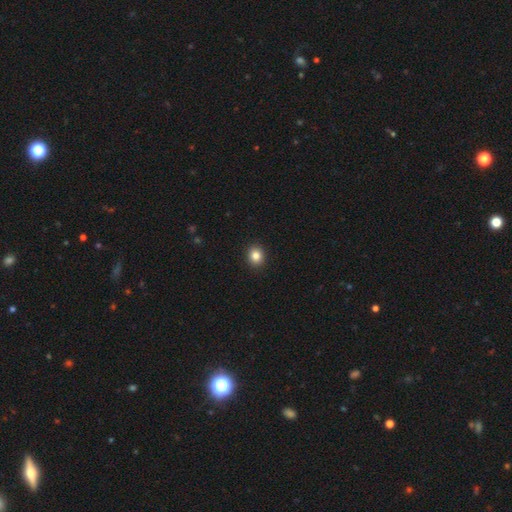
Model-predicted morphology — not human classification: type=smooth (84%); roundness=round (73%); merging=none (92%).